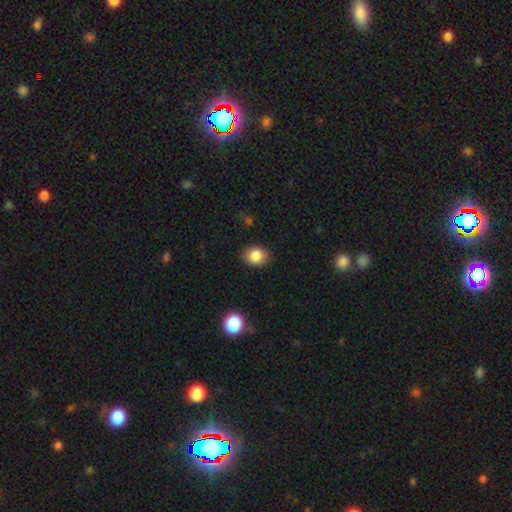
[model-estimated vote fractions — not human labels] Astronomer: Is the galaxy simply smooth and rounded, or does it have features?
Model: smooth — 85%.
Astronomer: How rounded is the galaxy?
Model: in between — 51% (runner-up: round, 48%).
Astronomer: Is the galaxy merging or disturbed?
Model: none — 86%.